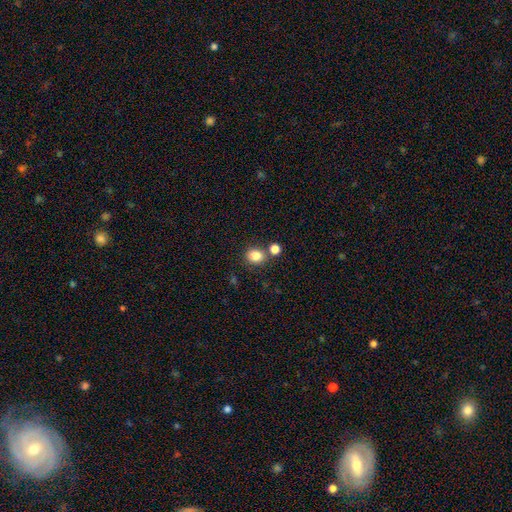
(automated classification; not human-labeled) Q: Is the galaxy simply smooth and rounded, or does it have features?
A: smooth — 83%.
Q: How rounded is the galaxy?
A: round — 60%.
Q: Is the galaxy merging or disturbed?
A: none — 71%.